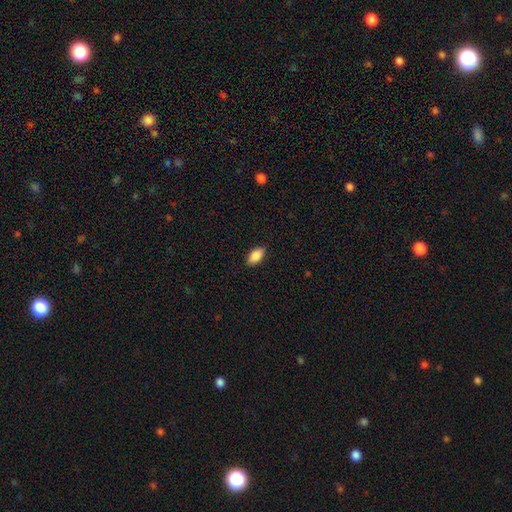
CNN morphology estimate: The model was most divided on "merging": none: 87%, minor disturbance: 10%, major disturbance: 2%, merger: 1%. More confident: how rounded — in between (91%); smooth or featured — smooth (87%).